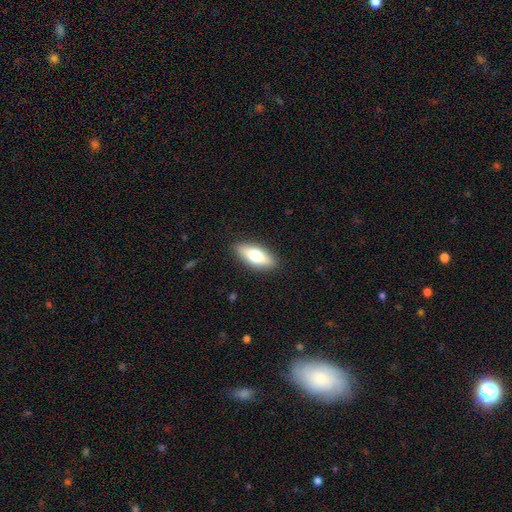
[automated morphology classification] This appears to be a smooth galaxy with no disk features (66%) that is in between round and cigar-shaped (74%). Merging: none (88%).